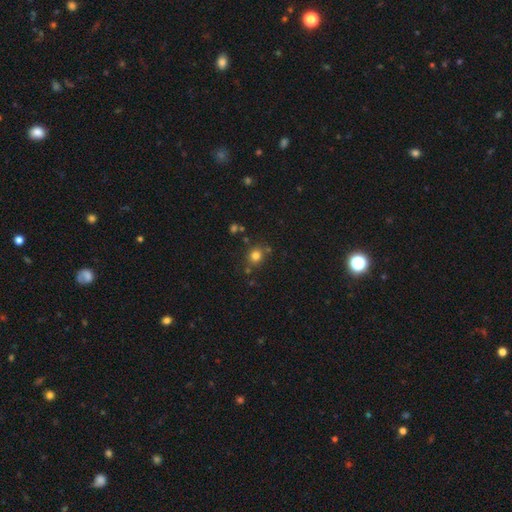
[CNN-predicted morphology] Q: Smooth or featured?
A: smooth (79%); runner-up: star or artifact (15%)
Q: How rounded?
A: round (81%); runner-up: in between (18%)
Q: Merging?
A: none (78%); runner-up: minor disturbance (11%)